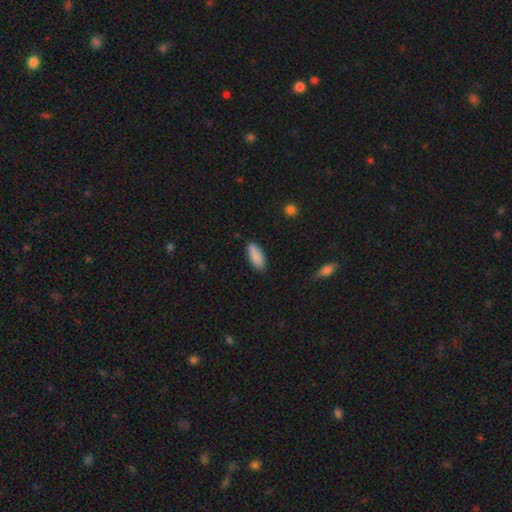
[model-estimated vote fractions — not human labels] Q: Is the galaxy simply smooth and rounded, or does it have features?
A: smooth — 88%.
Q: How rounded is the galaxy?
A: in between — 76%.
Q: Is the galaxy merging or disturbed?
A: none — 84%.